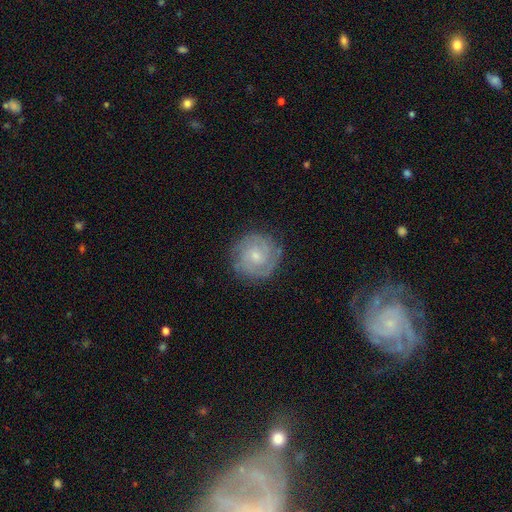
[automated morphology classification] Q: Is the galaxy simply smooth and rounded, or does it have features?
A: featured or disk — 79%.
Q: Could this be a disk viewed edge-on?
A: no — 98%.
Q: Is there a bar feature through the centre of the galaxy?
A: no — 65%.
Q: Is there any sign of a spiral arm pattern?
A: yes — 96%.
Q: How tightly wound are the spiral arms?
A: tight — 73%.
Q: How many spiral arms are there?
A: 2 — 49%.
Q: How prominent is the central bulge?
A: small — 64%.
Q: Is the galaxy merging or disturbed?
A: none — 83%.